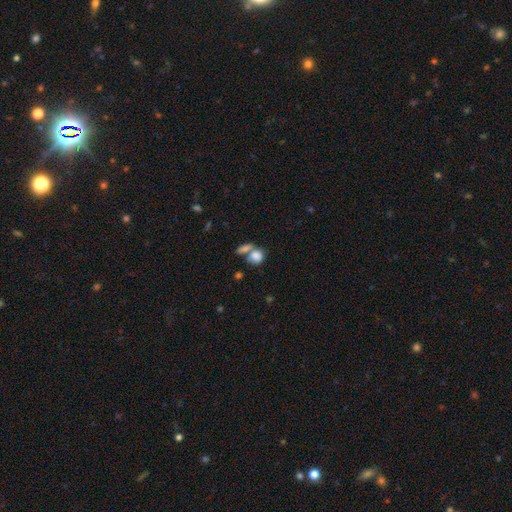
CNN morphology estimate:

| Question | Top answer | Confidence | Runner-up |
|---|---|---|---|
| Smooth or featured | smooth | 82% | featured or disk (10%) |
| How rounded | round | 59% | in between (38%) |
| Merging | merger | 46% | none (38%) |